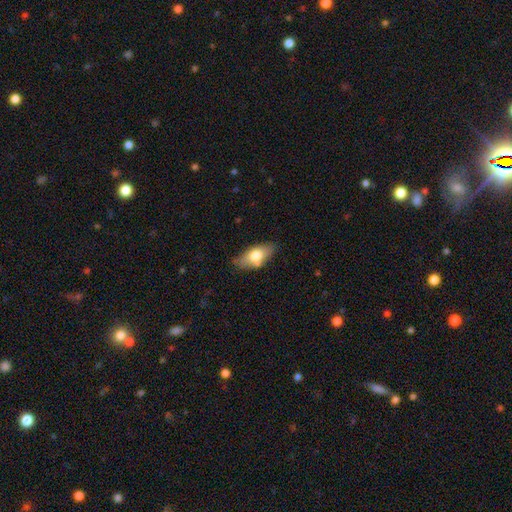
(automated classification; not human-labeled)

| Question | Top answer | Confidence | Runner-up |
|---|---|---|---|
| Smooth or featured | smooth | 70% | featured or disk (24%) |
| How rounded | in between | 85% | cigar-shaped (11%) |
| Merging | none | 70% | minor disturbance (21%) |